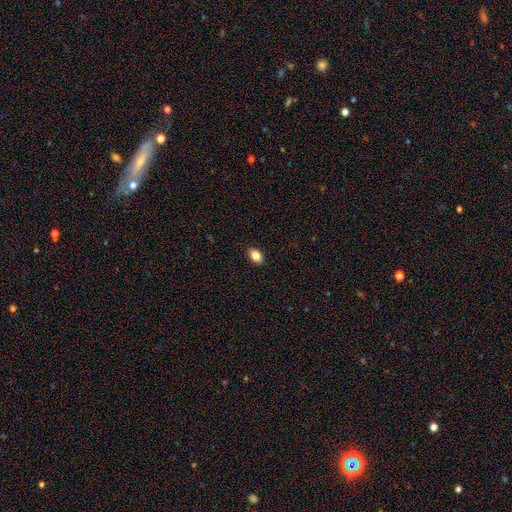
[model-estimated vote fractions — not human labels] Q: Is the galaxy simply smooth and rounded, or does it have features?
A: smooth — 85%.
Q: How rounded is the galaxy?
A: in between — 87%.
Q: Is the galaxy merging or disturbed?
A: none — 90%.